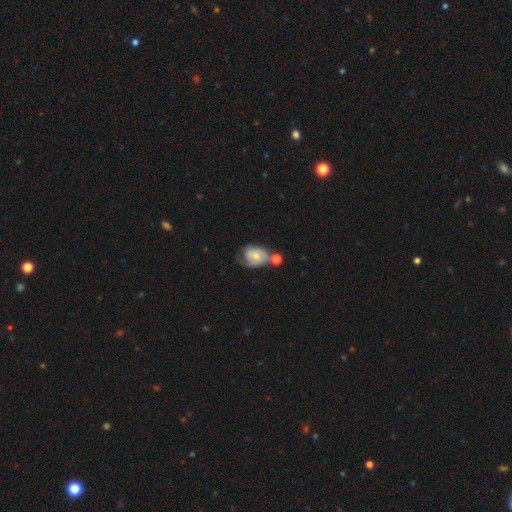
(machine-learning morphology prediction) Q: Smooth or featured?
A: featured or disk (52%); runner-up: smooth (40%)
Q: Edge-on disk?
A: no (96%); runner-up: yes (4%)
Q: Bar?
A: no (64%); runner-up: weak (30%)
Q: Spiral arms?
A: yes (74%); runner-up: no (26%)
Q: Bulge size?
A: small (47%); runner-up: moderate (45%)
Q: Merging?
A: none (36%); runner-up: merger (27%)